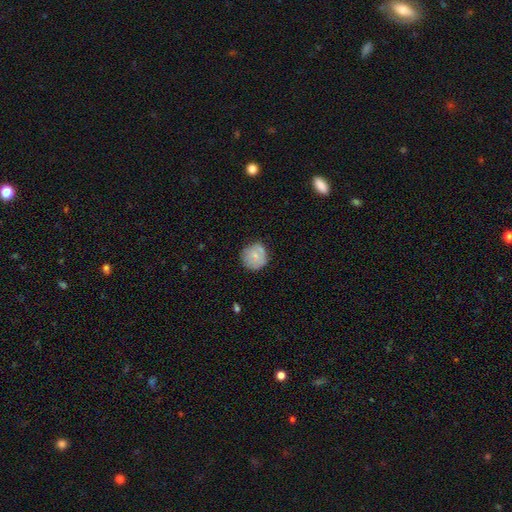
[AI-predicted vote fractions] The model was most divided on "smooth or featured": smooth: 69%, featured or disk: 23%, star or artifact: 8%. More confident: how rounded — round (90%); merging — none (74%).